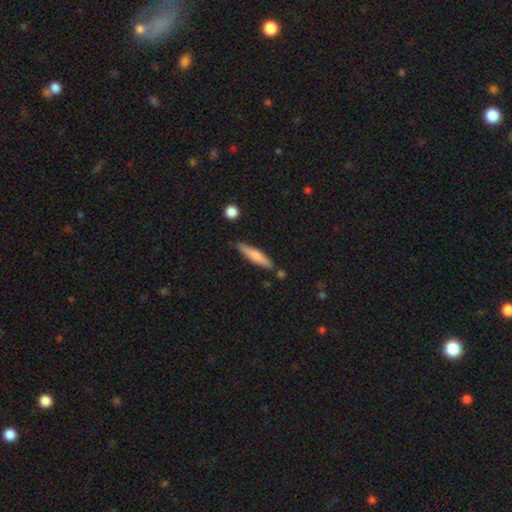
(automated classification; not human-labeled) This appears to be a smooth galaxy with no disk features (69%) that is cigar-shaped (86%). Merging: none (78%).